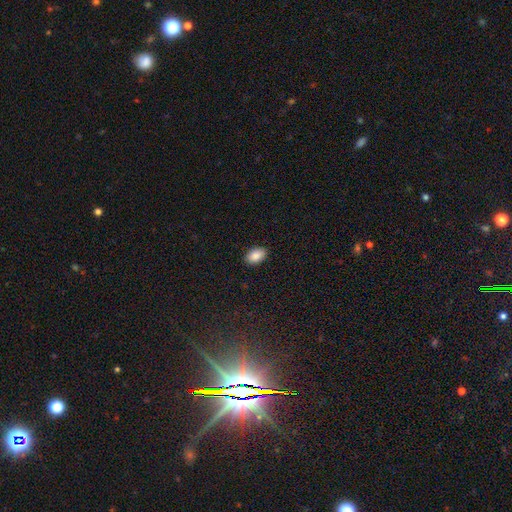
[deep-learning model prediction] Smooth or featured? Predicted: smooth (p=0.88). How rounded? Predicted: in between (p=0.89). Merging? Predicted: none (p=0.89).